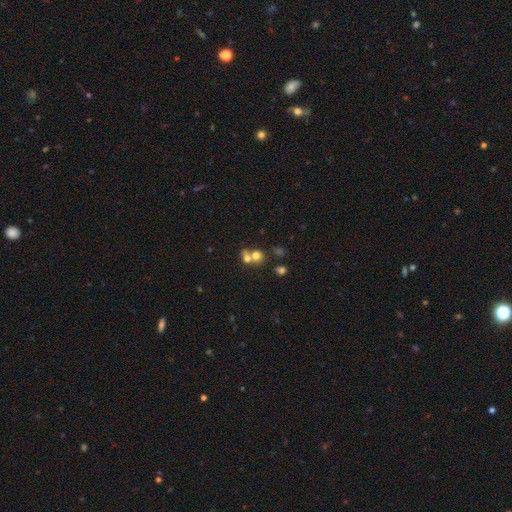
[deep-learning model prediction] A smooth galaxy with no disk features (69%) that is round (78%).

Vote fractions:
- Smooth or featured? smooth: 69% / featured or disk: 15% / star or artifact: 15%
- How rounded? round: 78% / in between: 21% / cigar-shaped: 1%
- Merging? merger: 53% / none: 37% / minor disturbance: 6% / major disturbance: 4%